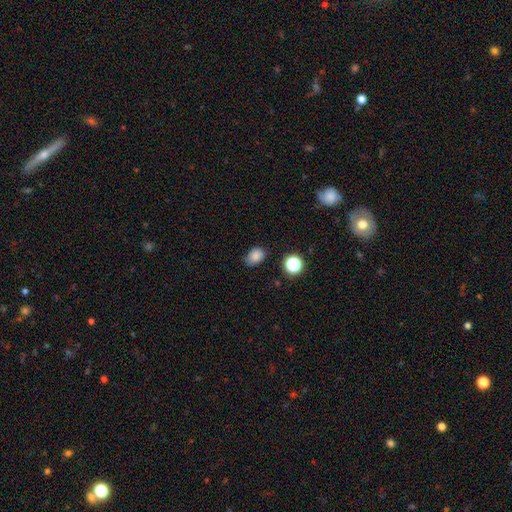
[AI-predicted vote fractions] Smooth or featured: smooth — 82% (star or artifact — 13%)
How rounded: in between — 64% (round — 35%)
Merging: none — 71% (minor disturbance — 22%)